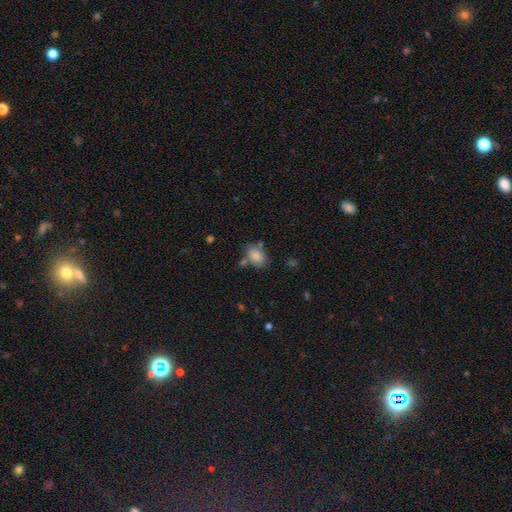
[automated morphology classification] type=smooth (84%); roundness=in between (77%); merging=none (63%).